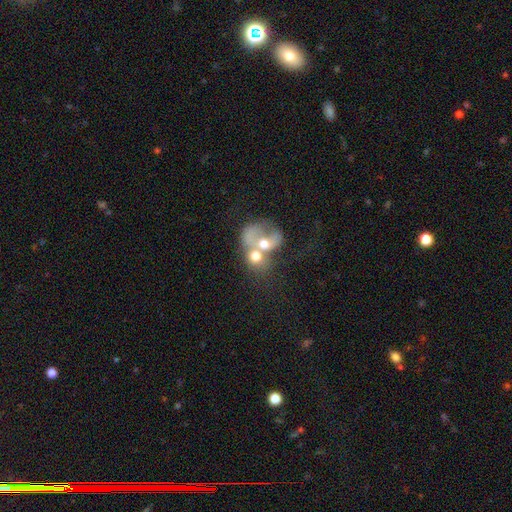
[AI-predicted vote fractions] smooth_or_featured: smooth (p=0.52) [alt: featured or disk p=0.36]
how_rounded: round (p=0.58) [alt: in between p=0.41]
merging: merger (p=0.72) [alt: none p=0.13]